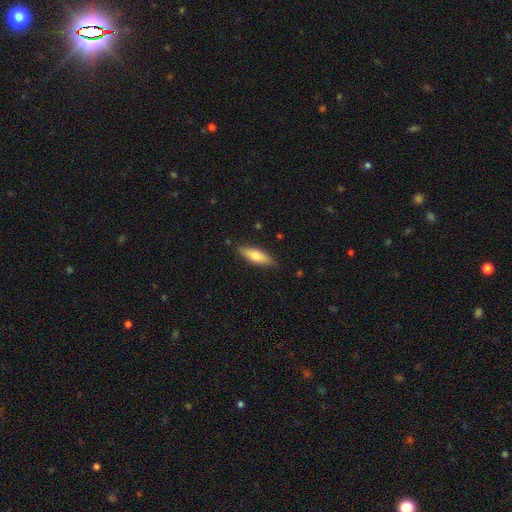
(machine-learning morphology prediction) type=smooth (70%); roundness=in between (55%); merging=none (84%).